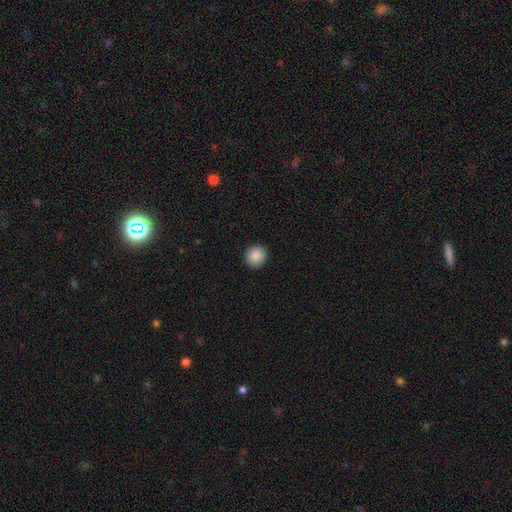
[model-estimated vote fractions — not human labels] Smooth or featured?
  - smooth: 89% *
  - star or artifact: 8%
  - featured or disk: 3%
How rounded?
  - round: 92% *
  - in between: 7%
  - cigar-shaped: 1%
Merging?
  - none: 92% *
  - minor disturbance: 5%
  - major disturbance: 2%
  - merger: 1%